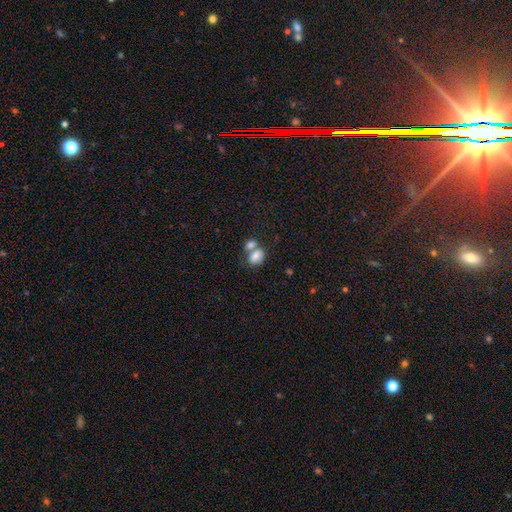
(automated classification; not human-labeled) A smooth galaxy with no disk features (78%) that is in between round and cigar-shaped (78%). Merging: merger (56%).